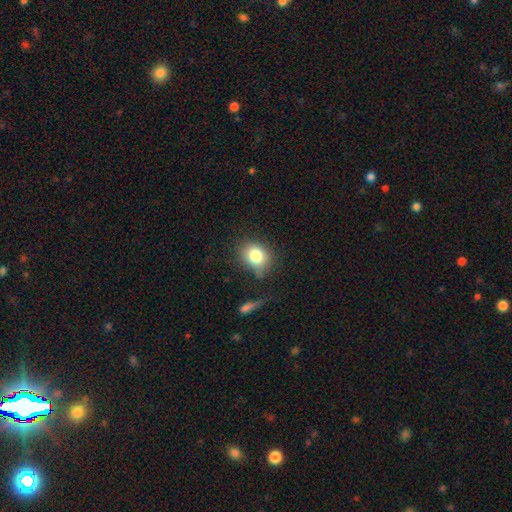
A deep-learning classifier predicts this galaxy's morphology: smooth 80%, star or artifact 11%, featured or disk 10%. Down the decision tree: how rounded — round (61%); merging — none (70%).